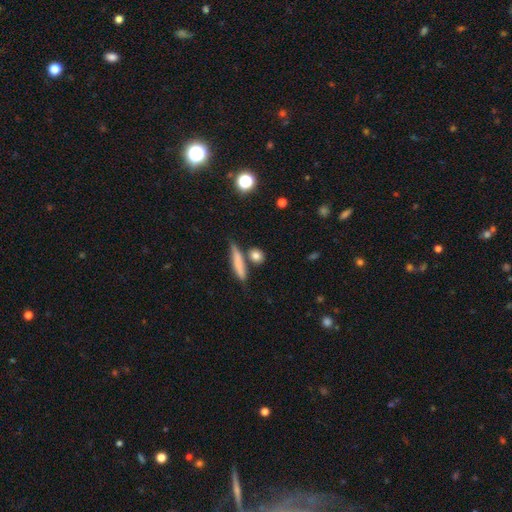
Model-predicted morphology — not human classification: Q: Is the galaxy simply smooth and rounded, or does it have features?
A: smooth — 81%.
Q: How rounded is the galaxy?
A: round — 50%.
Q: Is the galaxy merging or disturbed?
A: none — 71%.